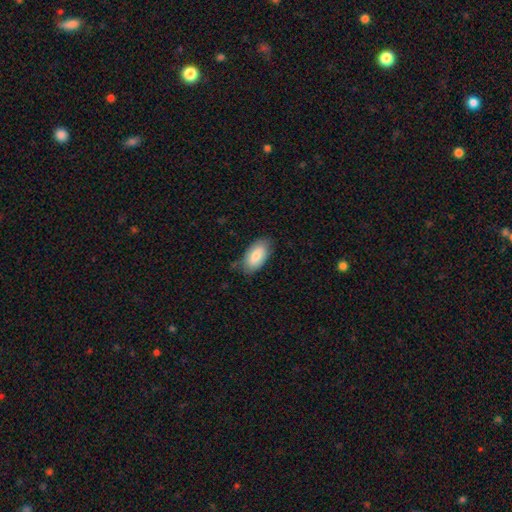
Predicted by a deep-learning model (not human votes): smooth_or_featured: smooth (p=0.78) [alt: featured or disk p=0.16]
how_rounded: in between (p=0.94) [alt: cigar-shaped p=0.04]
merging: none (p=0.76) [alt: minor disturbance p=0.19]